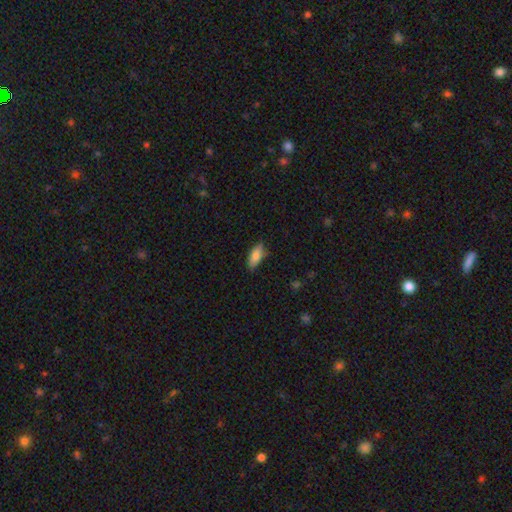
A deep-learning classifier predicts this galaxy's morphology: smooth_or_featured: smooth (p=0.82) [alt: featured or disk p=0.11]
how_rounded: in between (p=0.82) [alt: cigar-shaped p=0.15]
merging: none (p=0.76) [alt: minor disturbance p=0.20]